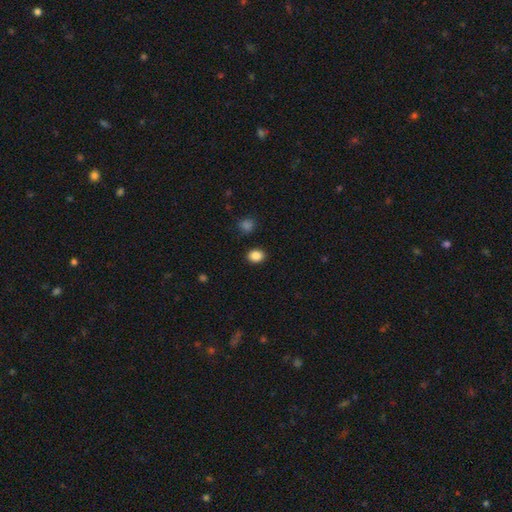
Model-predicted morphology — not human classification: smooth_or_featured: smooth (p=0.87) [alt: star or artifact p=0.09]
how_rounded: in between (p=0.51) [alt: round p=0.48]
merging: none (p=0.88) [alt: minor disturbance p=0.07]